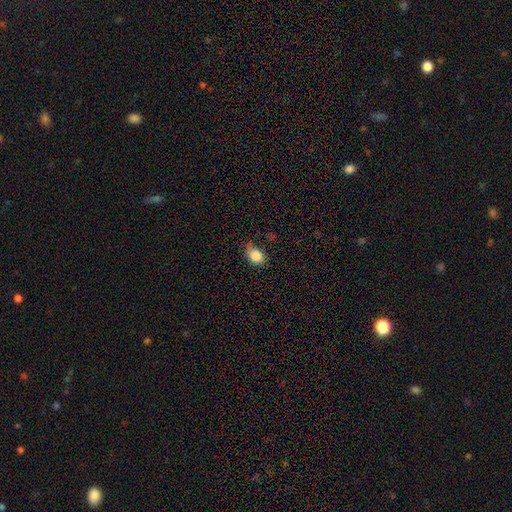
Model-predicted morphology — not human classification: This appears to be a smooth galaxy with no disk features (85%) that is in between round and cigar-shaped (66%). Merging: none (62%).